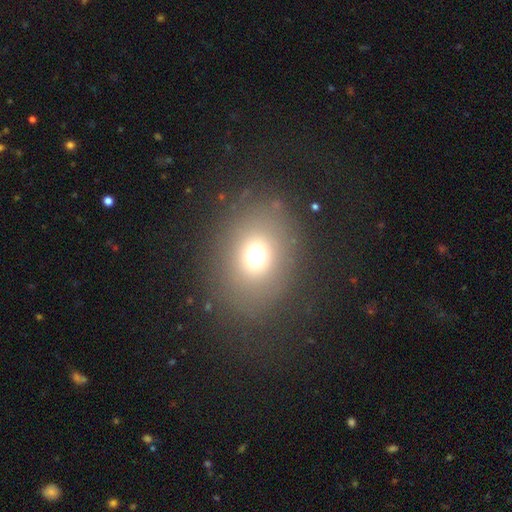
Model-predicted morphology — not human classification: smooth_or_featured: smooth (p=0.69) [alt: star or artifact p=0.20]
how_rounded: round (p=0.61) [alt: in between p=0.38]
merging: none (p=0.82) [alt: minor disturbance p=0.09]